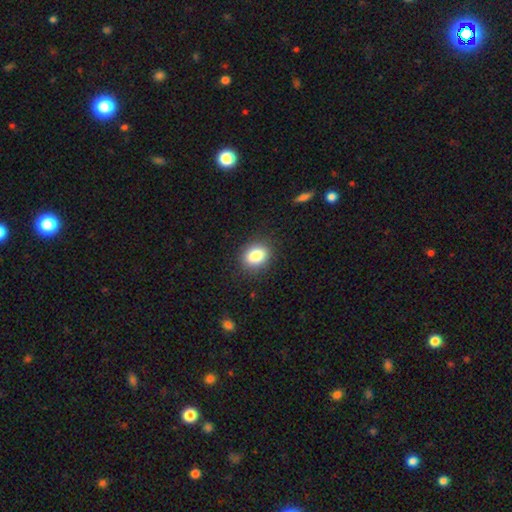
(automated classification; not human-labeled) This is clearly a smooth galaxy (84%). How rounded: possibly in between (51%). Merging: clearly none (88%).